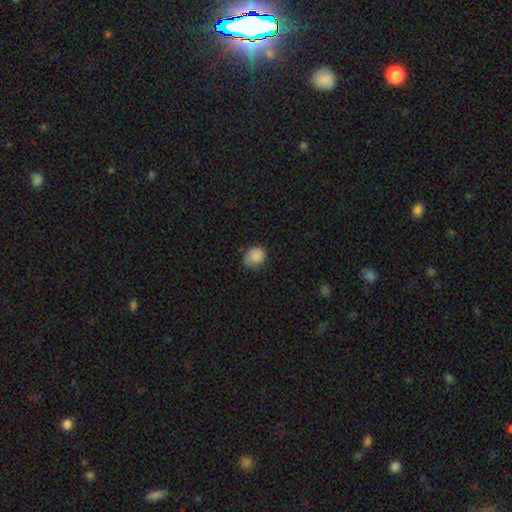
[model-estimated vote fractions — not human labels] Smooth or featured? Predicted: smooth (p=0.86). How rounded? Predicted: round (p=0.62). Merging? Predicted: none (p=0.69).